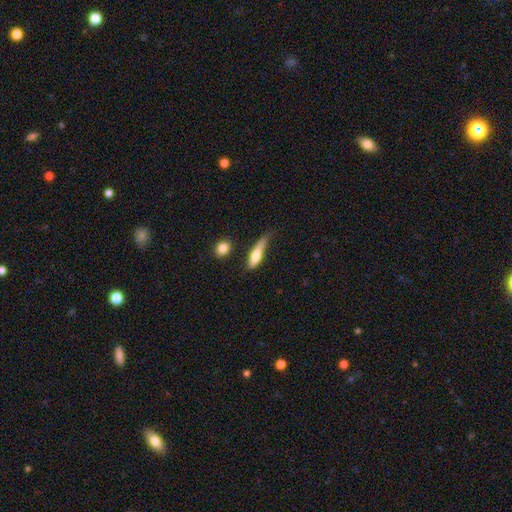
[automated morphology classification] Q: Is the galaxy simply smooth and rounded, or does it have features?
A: smooth — 69%.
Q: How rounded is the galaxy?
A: cigar-shaped — 61%.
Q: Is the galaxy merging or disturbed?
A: none — 40%.